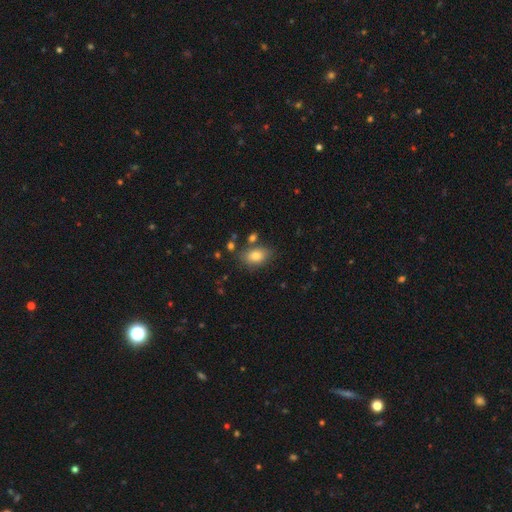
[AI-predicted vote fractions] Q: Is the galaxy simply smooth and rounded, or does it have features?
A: smooth — 81%.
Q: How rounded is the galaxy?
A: in between — 86%.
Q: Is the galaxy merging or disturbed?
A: none — 75%.